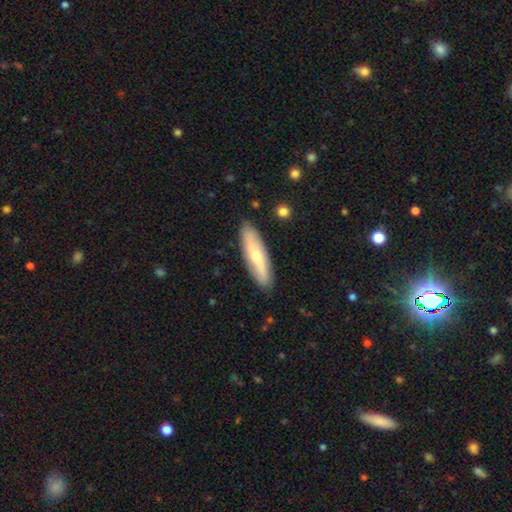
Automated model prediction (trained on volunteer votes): Q: Smooth or featured?
A: featured or disk (53%); runner-up: smooth (41%)
Q: Edge-on disk?
A: yes (52%); runner-up: no (48%)
Q: Merging?
A: none (88%); runner-up: minor disturbance (9%)